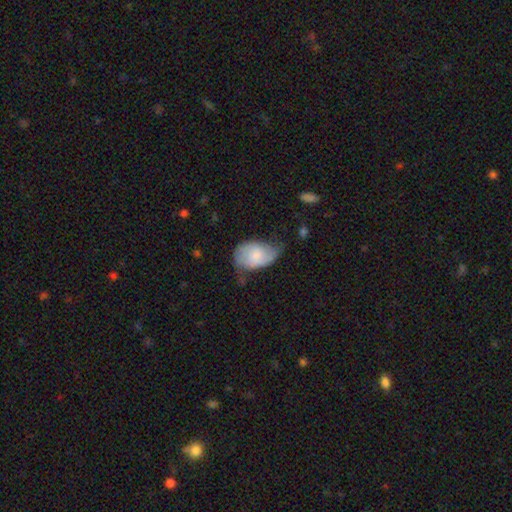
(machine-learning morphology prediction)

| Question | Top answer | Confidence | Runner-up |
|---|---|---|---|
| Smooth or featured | smooth | 54% | featured or disk (39%) |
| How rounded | in between | 88% | round (11%) |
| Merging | minor disturbance | 43% | none (37%) |